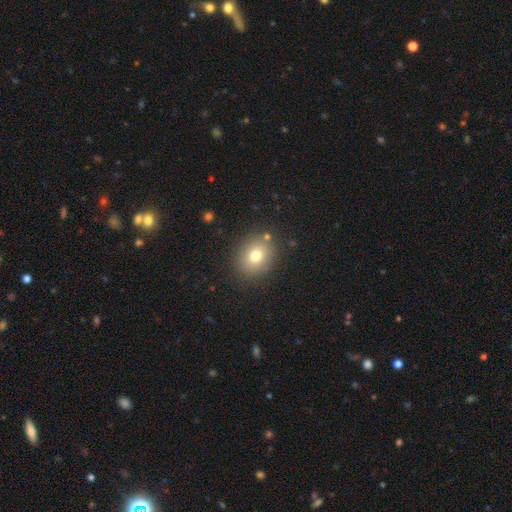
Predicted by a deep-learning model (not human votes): Morphology: type=smooth (76%); roundness=round (57%); merging=none (84%).